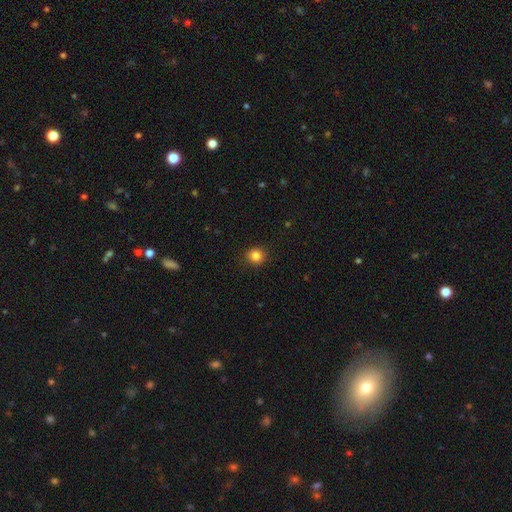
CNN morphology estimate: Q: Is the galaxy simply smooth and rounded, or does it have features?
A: smooth — 84%.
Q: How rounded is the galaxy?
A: round — 92%.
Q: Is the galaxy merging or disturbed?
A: none — 91%.